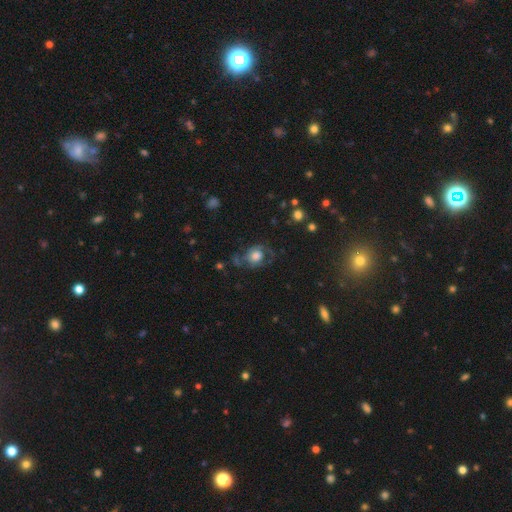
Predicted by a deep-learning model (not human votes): A featured or disk galaxy (52%). Merging: none (52%).